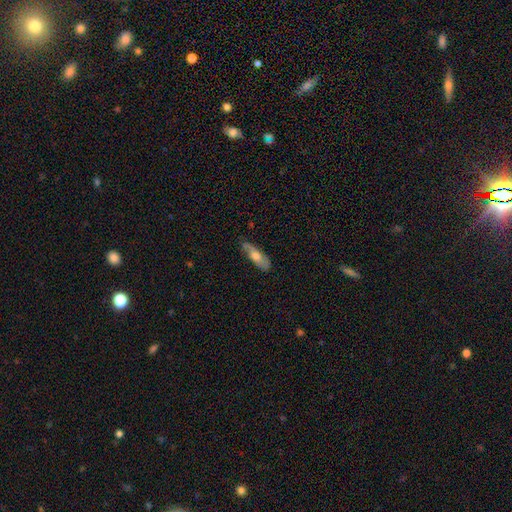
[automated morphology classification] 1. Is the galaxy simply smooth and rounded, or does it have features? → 47% smooth, 46% featured or disk, 6% star or artifact.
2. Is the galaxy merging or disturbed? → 75% none, 19% minor disturbance, 5% major disturbance, 1% merger.